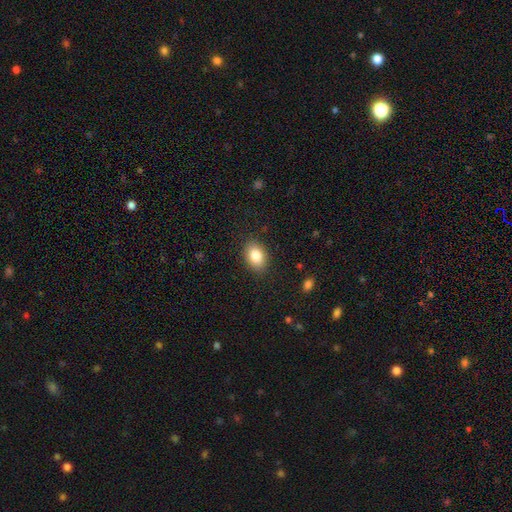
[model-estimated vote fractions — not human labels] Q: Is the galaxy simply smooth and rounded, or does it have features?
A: smooth — 83%.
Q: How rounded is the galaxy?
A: in between — 79%.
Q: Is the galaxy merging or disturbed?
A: none — 87%.